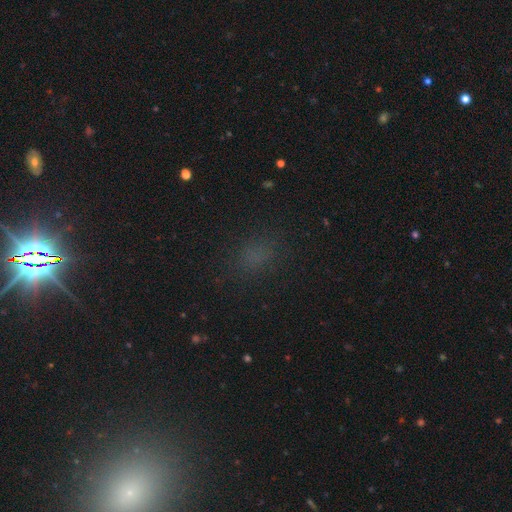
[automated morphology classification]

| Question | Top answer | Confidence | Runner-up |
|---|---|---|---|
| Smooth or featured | smooth | 63% | star or artifact (30%) |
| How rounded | in between | 60% | round (36%) |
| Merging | none | 81% | minor disturbance (12%) |